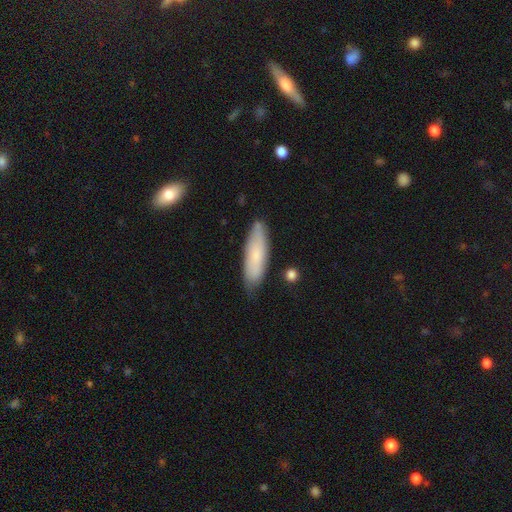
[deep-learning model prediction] Overall: smooth (71%). How rounded: cigar-shaped (54%; in between 44%). Merging: none (78%).